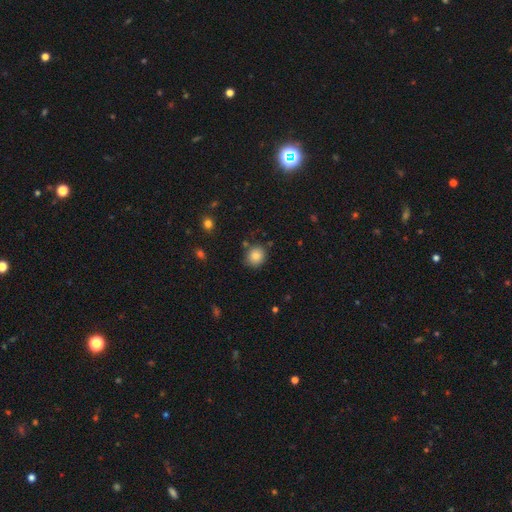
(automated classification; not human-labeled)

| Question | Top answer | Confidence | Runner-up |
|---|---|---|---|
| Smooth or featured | smooth | 83% | star or artifact (10%) |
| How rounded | round | 77% | in between (22%) |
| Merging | none | 82% | minor disturbance (12%) |